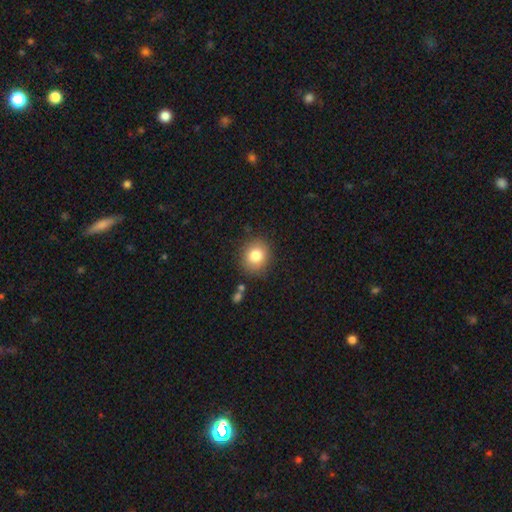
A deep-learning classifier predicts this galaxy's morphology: This appears to be a smooth galaxy with no disk features (81%) that is round (73%). Merging: none (85%).